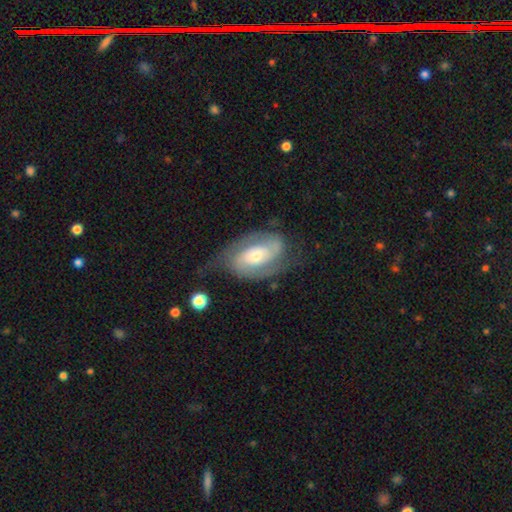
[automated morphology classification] Smooth or featured? featured or disk (78%)
Edge-on disk? no (96%)
Bar? no (56%)
Spiral arms? yes (90%)
Spiral winding? tight (45%)
Spiral arm count? 2 (79%)
Bulge size? moderate (46%)
Merging? none (60%)